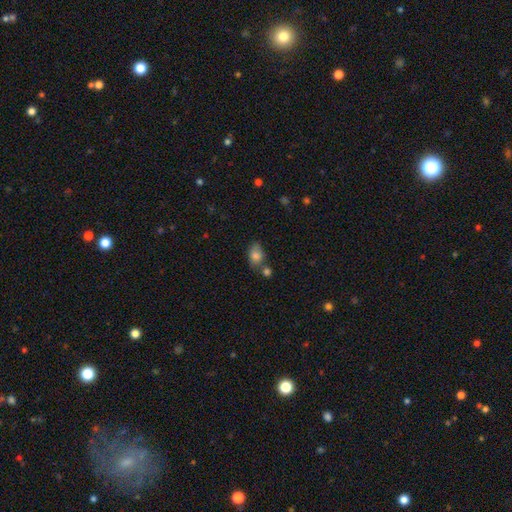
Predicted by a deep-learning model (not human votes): Smooth or featured: smooth — 81% (featured or disk — 10%)
How rounded: in between — 80% (round — 18%)
Merging: none — 54% (minor disturbance — 21%)